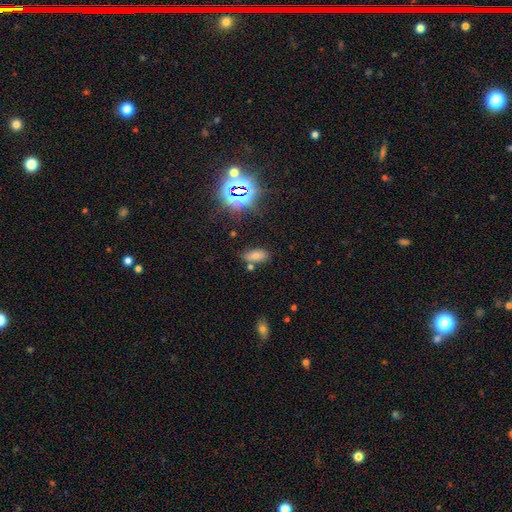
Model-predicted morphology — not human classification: A smooth galaxy with no disk features (63%) that is in between round and cigar-shaped (88%). Merging: none (72%).